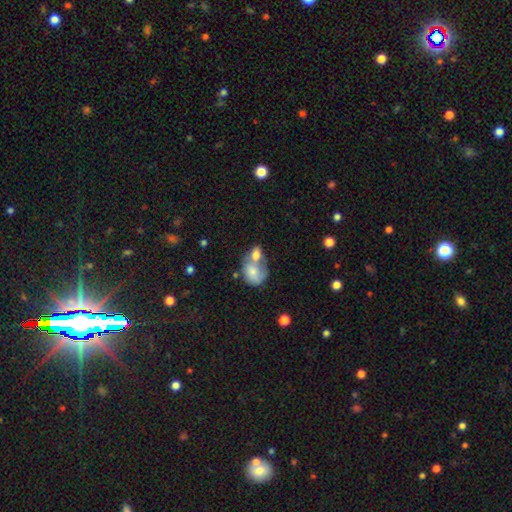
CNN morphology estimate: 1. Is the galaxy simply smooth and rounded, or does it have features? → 72% smooth, 20% featured or disk, 8% star or artifact.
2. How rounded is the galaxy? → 65% in between, 33% round, 2% cigar-shaped.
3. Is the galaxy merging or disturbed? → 71% merger, 16% none, 7% minor disturbance, 6% major disturbance.